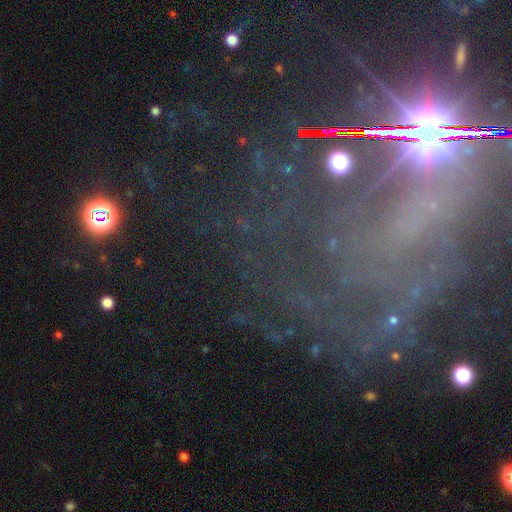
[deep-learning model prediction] The model was most divided on "smooth or featured": star or artifact: 54%, featured or disk: 33%, smooth: 13%.